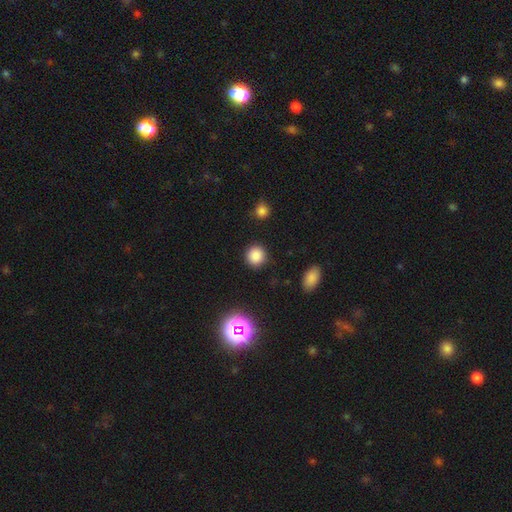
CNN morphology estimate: Smooth or featured?
  - smooth: 83% *
  - star or artifact: 13%
  - featured or disk: 4%
How rounded?
  - round: 91% *
  - in between: 8%
  - cigar-shaped: 1%
Merging?
  - none: 89% *
  - minor disturbance: 7%
  - major disturbance: 3%
  - merger: 2%